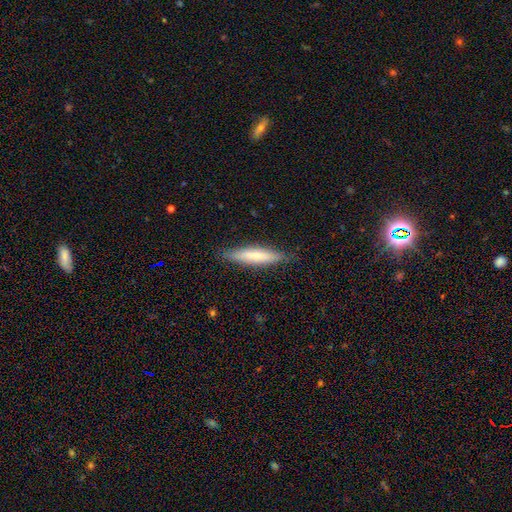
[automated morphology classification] Smooth or featured? Predicted: smooth (p=0.67). How rounded? Predicted: cigar-shaped (p=0.87). Merging? Predicted: none (p=0.87).